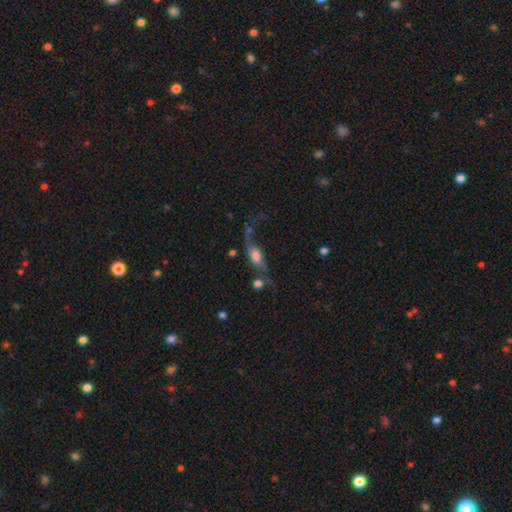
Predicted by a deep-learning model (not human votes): Q: Smooth or featured?
A: featured or disk (53%); runner-up: smooth (37%)
Q: Edge-on disk?
A: no (74%); runner-up: yes (26%)
Q: Merging?
A: none (35%); runner-up: major disturbance (28%)